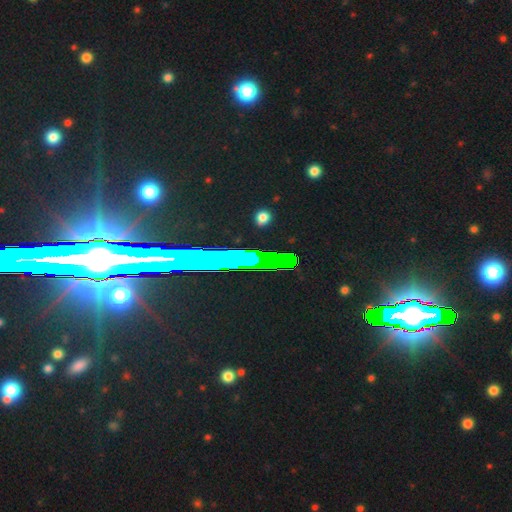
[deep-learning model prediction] Smooth or featured?
  - star or artifact: 72% *
  - featured or disk: 17%
  - smooth: 11%